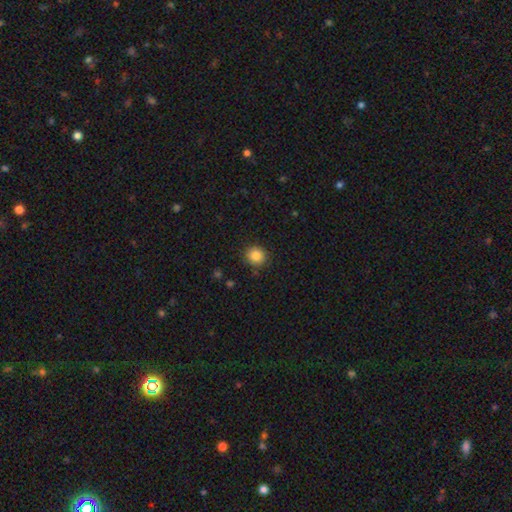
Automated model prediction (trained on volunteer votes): Smooth or featured: smooth — 86% (star or artifact — 10%)
How rounded: round — 88% (in between — 11%)
Merging: none — 87% (minor disturbance — 9%)